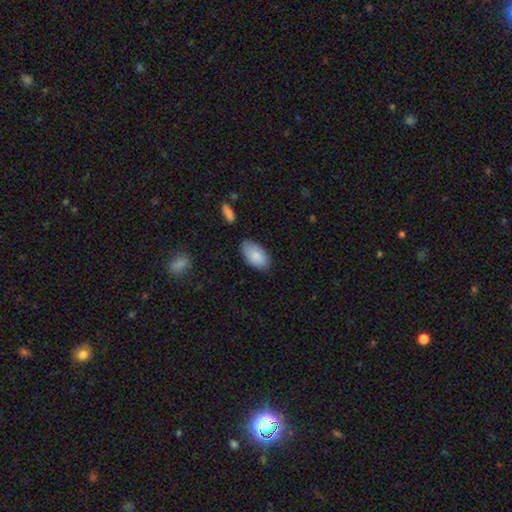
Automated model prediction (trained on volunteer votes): smooth-or-featured: smooth: 87% | featured or disk: 7% | star or artifact: 6%
  how-rounded: in between: 95% | round: 3% | cigar-shaped: 2%
  merging: none: 77% | minor disturbance: 17% | major disturbance: 3% | merger: 2%